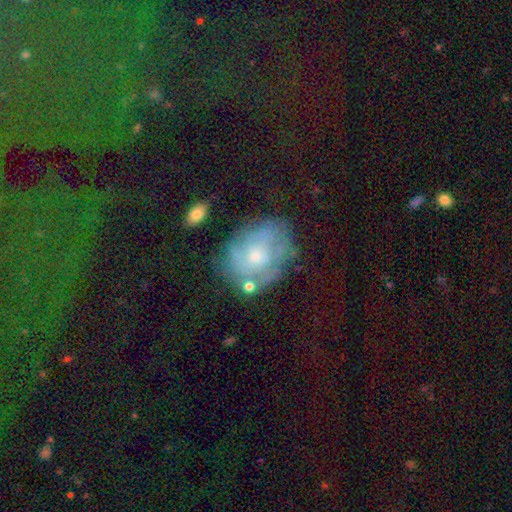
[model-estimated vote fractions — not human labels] Smooth or featured: featured or disk — 58% (smooth — 33%)
Edge-on disk: no — 96% (yes — 4%)
Bar: no — 82% (weak — 15%)
Spiral arms: yes — 57% (no — 43%)
Bulge size: small — 62% (moderate — 31%)
Merging: none — 59% (minor disturbance — 24%)